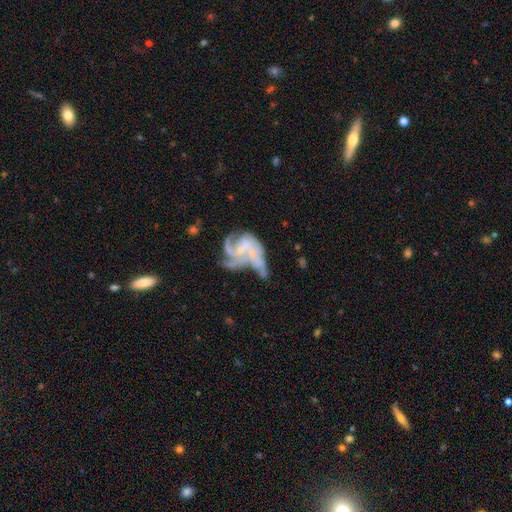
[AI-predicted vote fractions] smooth-or-featured: featured or disk: 80% | smooth: 12% | star or artifact: 9%
  disk-edge-on: no: 98% | yes: 2%
    bar: no: 67% | weak: 27% | strong: 7%
    has-spiral-arms: yes: 87% | no: 13%
      spiral-winding: medium: 44% | tight: 33% | loose: 23%
      spiral-arm-count: 3: 41% | can't tell: 19% | 4: 18% | 2: 11% | 1: 5% | more than 4: 5%
    bulge-size: small: 61% | none: 20% | moderate: 16% | large: 2% | dominant: 1%
  merging: major disturbance: 33% | none: 27% | merger: 24% | minor disturbance: 16%